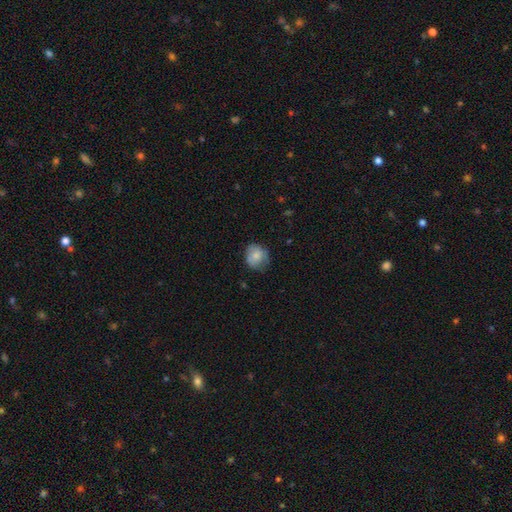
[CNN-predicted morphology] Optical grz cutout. It shows a smooth galaxy with no disk features (74%) that is round (72%). Merging: none (64%).